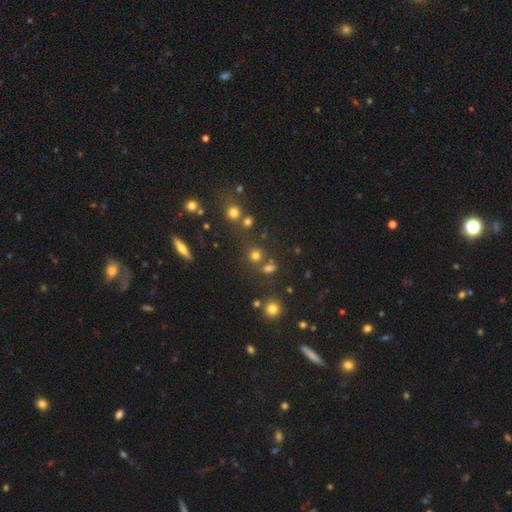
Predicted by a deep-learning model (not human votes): The model was most divided on "merging": none: 64%, merger: 22%, minor disturbance: 9%, major disturbance: 5%. More confident: how rounded — round (83%); smooth or featured — smooth (68%).